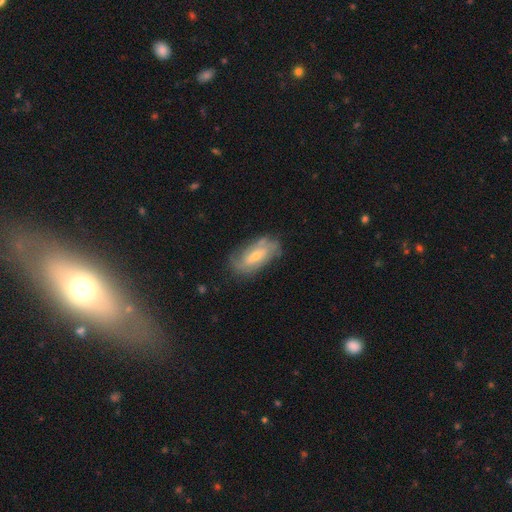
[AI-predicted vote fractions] A featured or disk galaxy (67%) with a weak bar (43%), 2 (44%) tight (42%) spiral arms (85%) and a small central bulge (58%).

Vote fractions:
- Smooth or featured? featured or disk: 67% / smooth: 26% / star or artifact: 6%
- Edge-on disk? no: 92% / yes: 8%
- Bar? weak: 43% / no: 39% / strong: 17%
- Spiral arms? yes: 85% / no: 15%
- Spiral winding? tight: 42% / medium: 39% / loose: 19%
- Spiral arm count? 2: 44% / can't tell: 34% / 3: 11% / 4: 4% / 1: 4% / more than 4: 3%
- Bulge size? small: 58% / moderate: 37% / none: 2% / large: 2% / dominant: 1%
- Merging? none: 72% / minor disturbance: 20% / major disturbance: 7% / merger: 2%